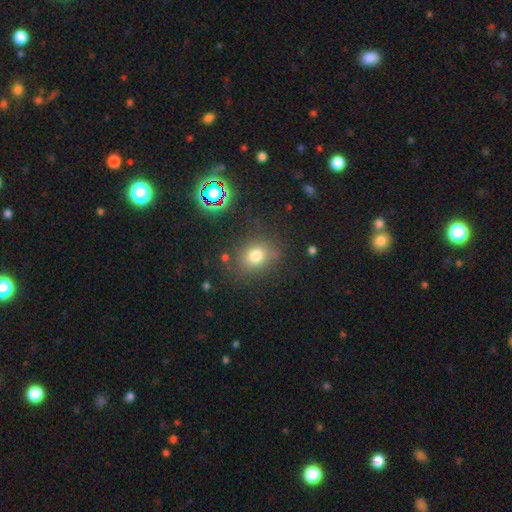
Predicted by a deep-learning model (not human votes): Smooth or featured? smooth (74%)
How rounded? round (57%)
Merging? none (77%)